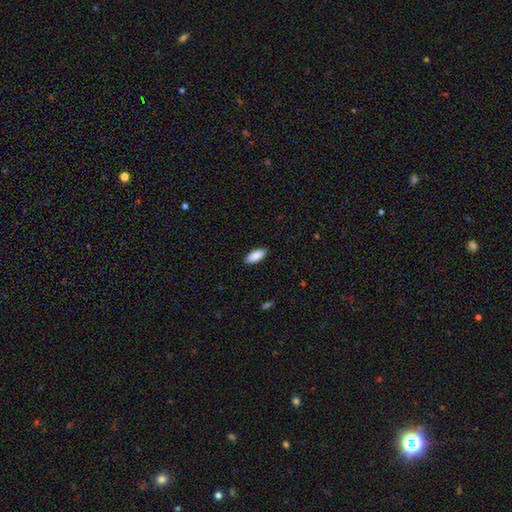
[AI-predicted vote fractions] Smooth or featured? smooth (90%)
How rounded? in between (85%)
Merging? none (89%)